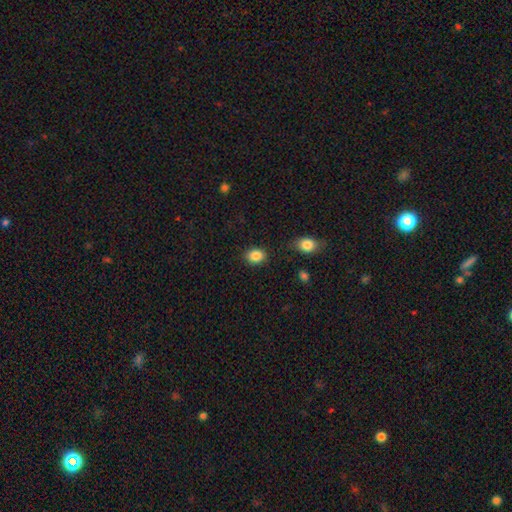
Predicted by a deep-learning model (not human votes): Morphology: type=smooth (86%); roundness=in between (54%); merging=none (84%).